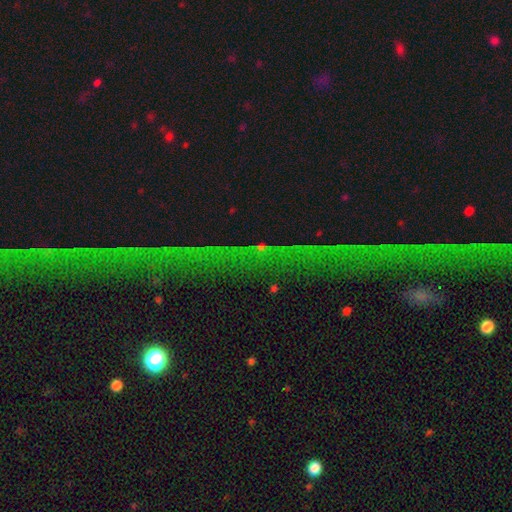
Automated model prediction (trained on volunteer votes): This is likely a star or artifact rather than a galaxy (78%).